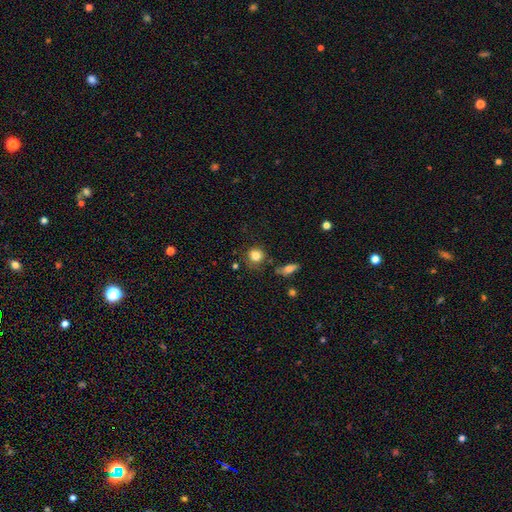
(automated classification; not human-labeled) Smooth or featured? Predicted: smooth (p=0.82). How rounded? Predicted: round (p=0.84). Merging? Predicted: none (p=0.70).